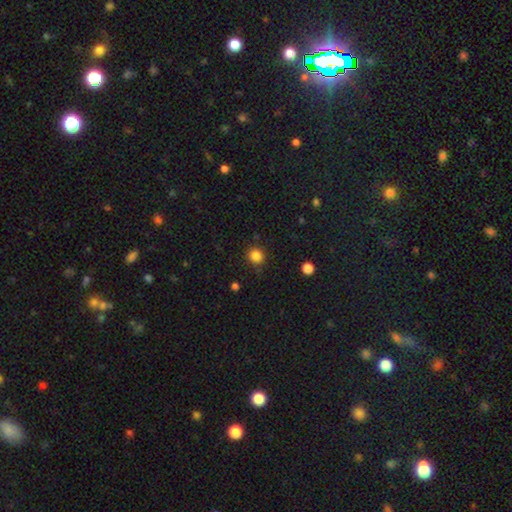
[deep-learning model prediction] smooth_or_featured: smooth (p=0.84) [alt: star or artifact p=0.12]
how_rounded: round (p=0.87) [alt: in between p=0.12]
merging: none (p=0.84) [alt: minor disturbance p=0.11]